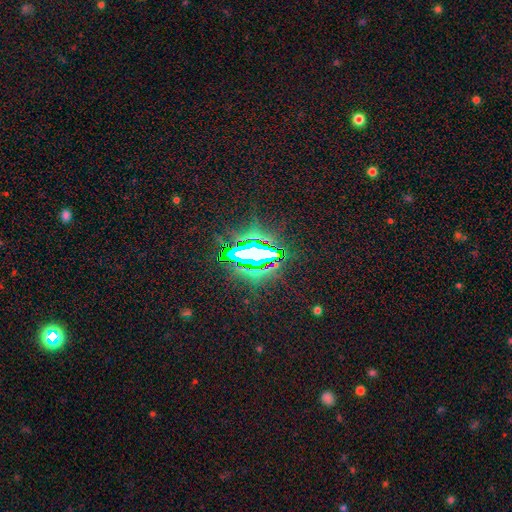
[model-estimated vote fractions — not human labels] A star or artifact, not a galaxy (76%).

Vote fractions:
- Smooth or featured? star or artifact: 76% / smooth: 13% / featured or disk: 11%